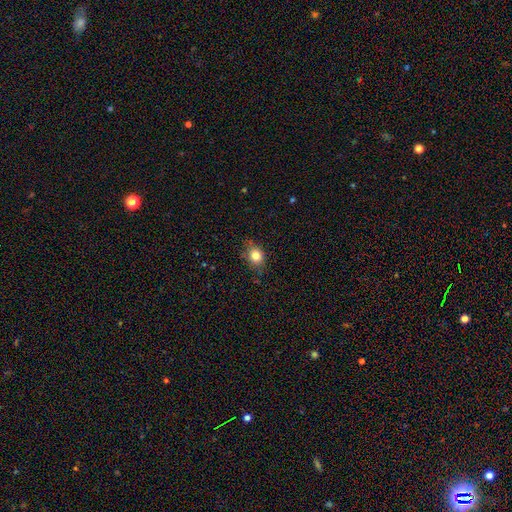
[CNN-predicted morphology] Overall: smooth (80%). How rounded: round (52%; in between 47%). Merging: none (72%).